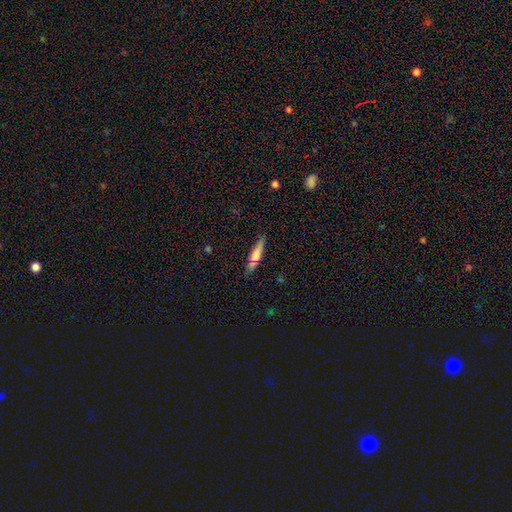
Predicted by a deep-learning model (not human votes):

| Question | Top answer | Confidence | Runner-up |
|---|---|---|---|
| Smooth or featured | smooth | 67% | featured or disk (25%) |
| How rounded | cigar-shaped | 84% | in between (14%) |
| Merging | none | 75% | minor disturbance (16%) |